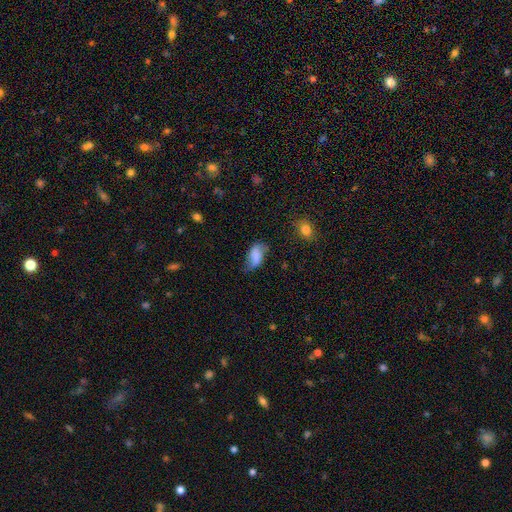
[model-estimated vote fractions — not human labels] A smooth galaxy with no disk features (67%) that is in between round and cigar-shaped (91%). Merging: none (50%).